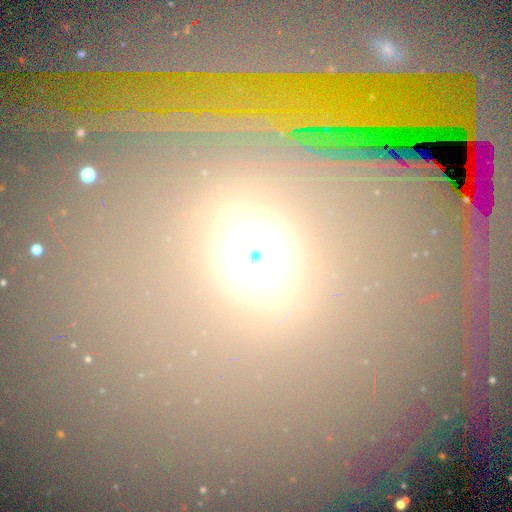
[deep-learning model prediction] This appears to be a star or artifact, not a galaxy (42%).